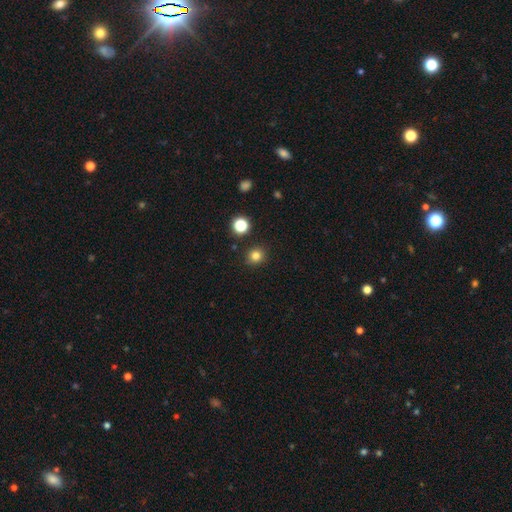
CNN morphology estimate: A smooth galaxy with no disk features (81%) that is round (87%).

Vote fractions:
- Smooth or featured? smooth: 81% / star or artifact: 14% / featured or disk: 5%
- How rounded? round: 87% / in between: 12% / cigar-shaped: 1%
- Merging? none: 89% / minor disturbance: 6% / merger: 2% / major disturbance: 2%